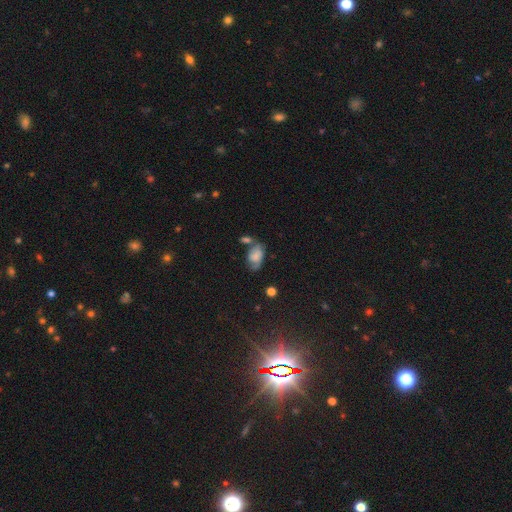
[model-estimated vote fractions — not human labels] smooth_or_featured: smooth (p=0.57) [alt: featured or disk p=0.32]
how_rounded: in between (p=0.89) [alt: round p=0.09]
merging: none (p=0.41) [alt: minor disturbance p=0.27]